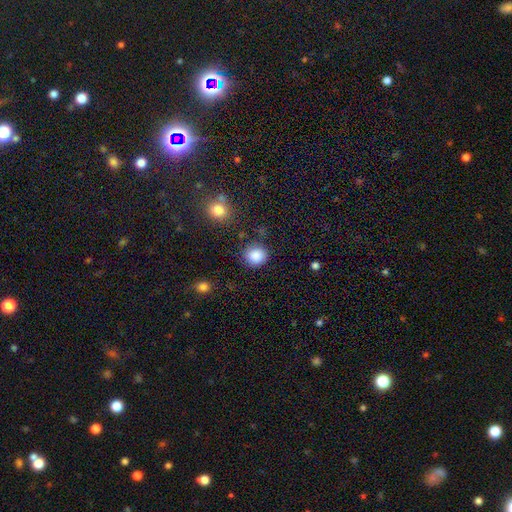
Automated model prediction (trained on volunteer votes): Overall: smooth (88%). How rounded: round (87%). Merging: none (82%).